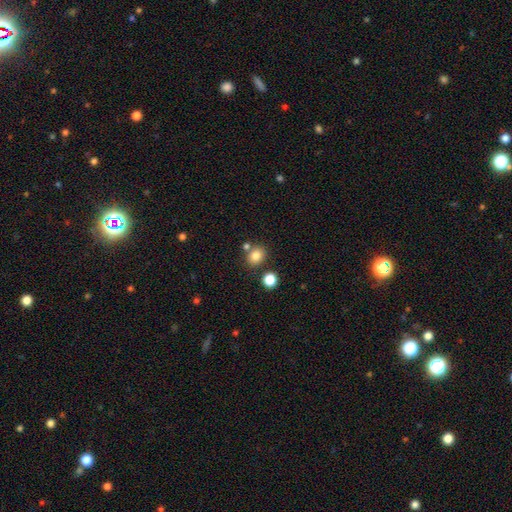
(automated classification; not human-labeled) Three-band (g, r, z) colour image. It shows a smooth galaxy with no disk features (81%) that is round (67%). Merging: none (74%).